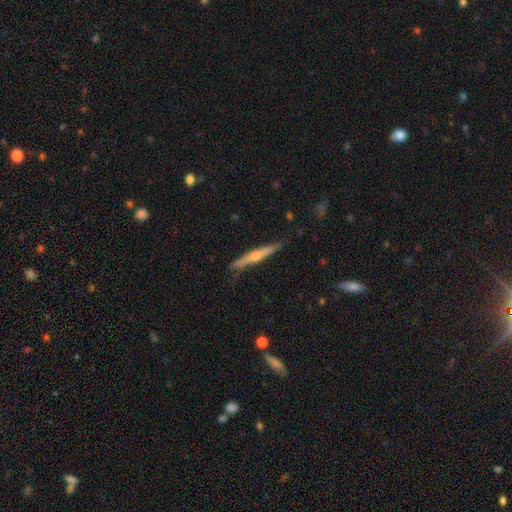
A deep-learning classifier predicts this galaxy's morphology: Overall: featured or disk (61%; smooth 33%). Edge-on disk: yes (97%). Edge-on bulge: rounded (76%). Merging: none (87%).